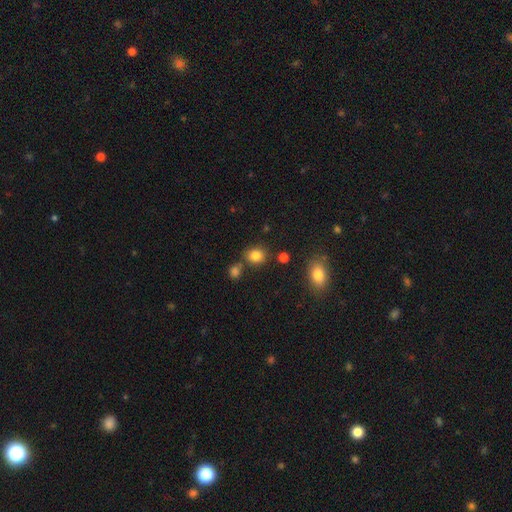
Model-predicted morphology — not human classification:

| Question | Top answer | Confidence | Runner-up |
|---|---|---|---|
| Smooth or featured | smooth | 83% | star or artifact (12%) |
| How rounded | round | 67% | in between (32%) |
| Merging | none | 74% | minor disturbance (11%) |